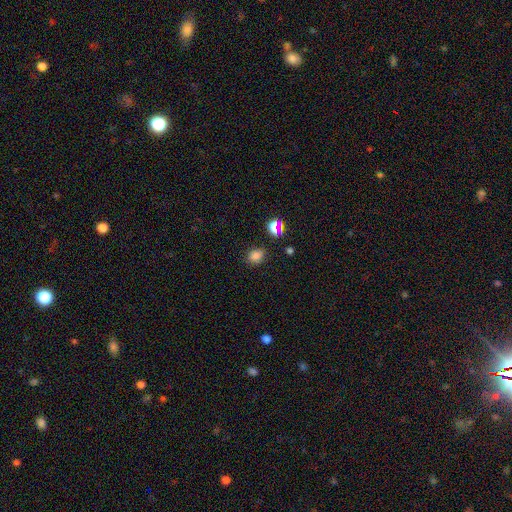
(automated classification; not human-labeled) This appears to be a smooth galaxy with no disk features (76%) that is round (52%). Merging: none (82%).